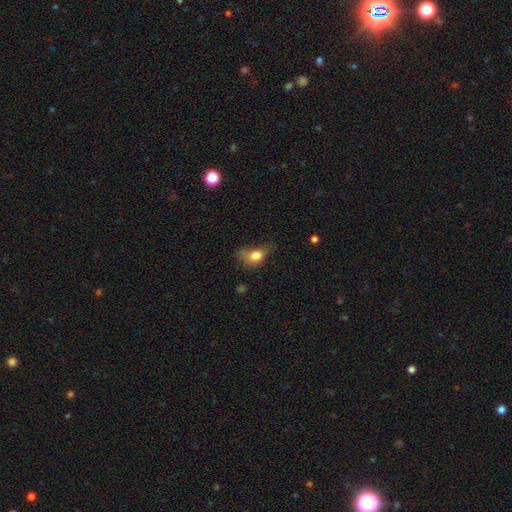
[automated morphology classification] type=smooth (75%); roundness=in between (69%); merging=major disturbance (38%).